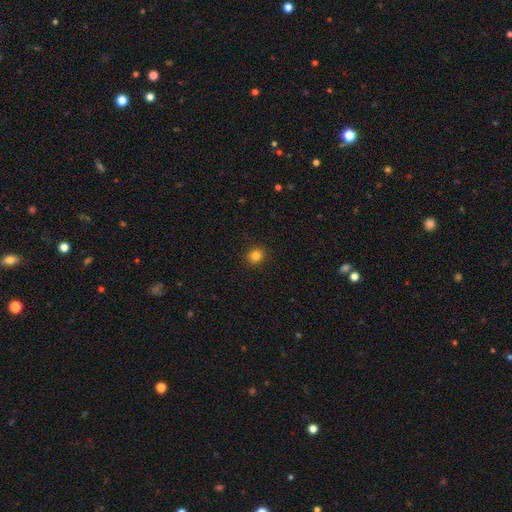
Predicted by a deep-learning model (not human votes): A smooth galaxy with no disk features (82%) that is round (85%). Merging: none (91%).